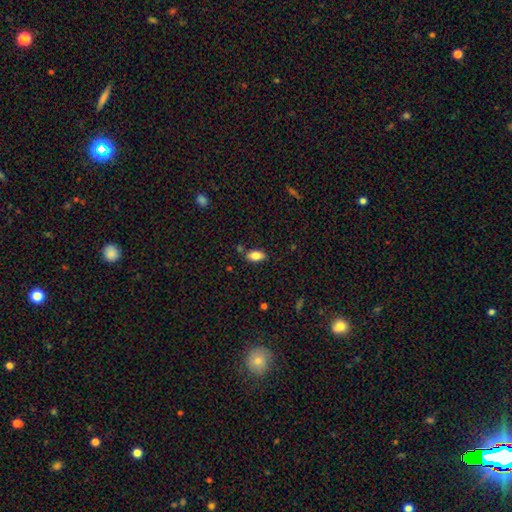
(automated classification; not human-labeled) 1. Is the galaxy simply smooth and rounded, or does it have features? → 82% smooth, 10% featured or disk, 8% star or artifact.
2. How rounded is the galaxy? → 91% in between, 5% cigar-shaped, 4% round.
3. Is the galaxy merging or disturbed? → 80% none, 13% minor disturbance, 5% merger, 3% major disturbance.